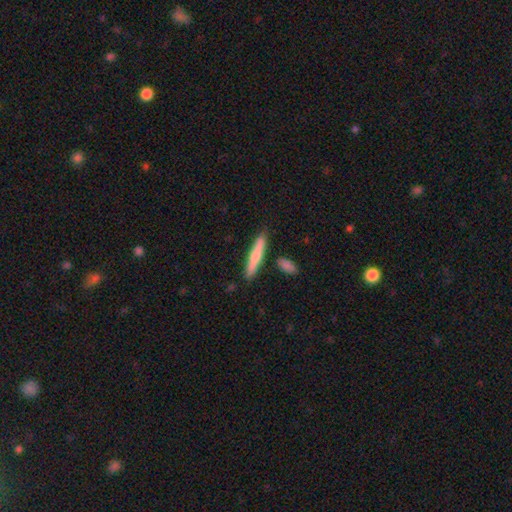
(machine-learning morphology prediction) Q: Smooth or featured?
A: smooth (66%); runner-up: featured or disk (29%)
Q: How rounded?
A: cigar-shaped (91%); runner-up: in between (8%)
Q: Merging?
A: none (83%); runner-up: minor disturbance (10%)